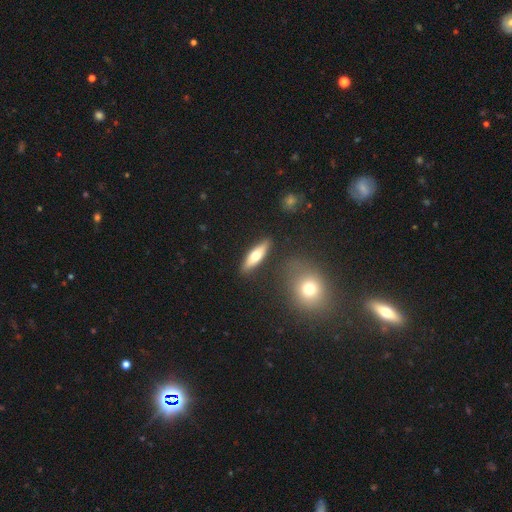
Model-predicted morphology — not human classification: Smooth or featured? smooth (55%)
How rounded? cigar-shaped (61%)
Merging? none (86%)